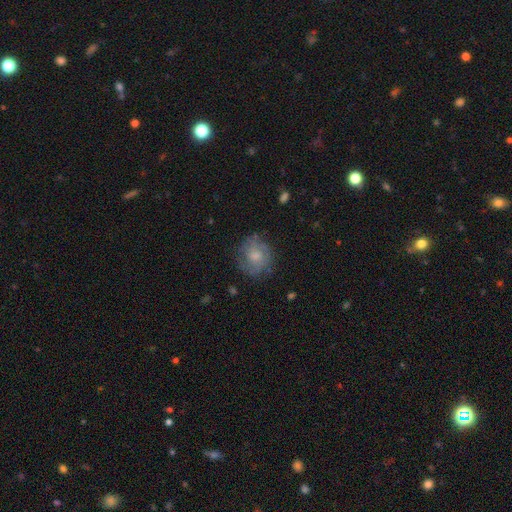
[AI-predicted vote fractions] A smooth galaxy with no disk features (55%) that is round (80%). Merging: none (70%).